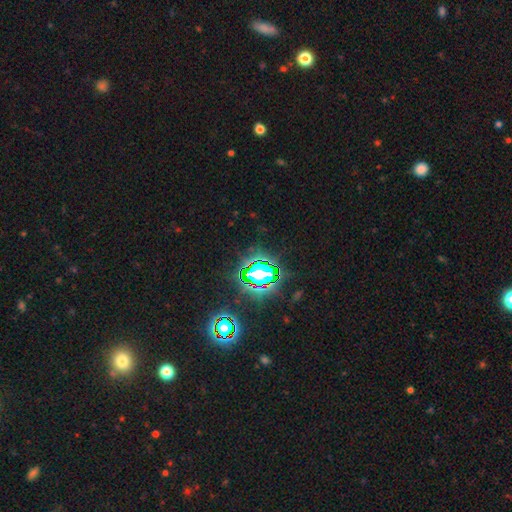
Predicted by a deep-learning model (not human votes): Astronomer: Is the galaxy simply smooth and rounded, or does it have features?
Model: star or artifact — 81%.